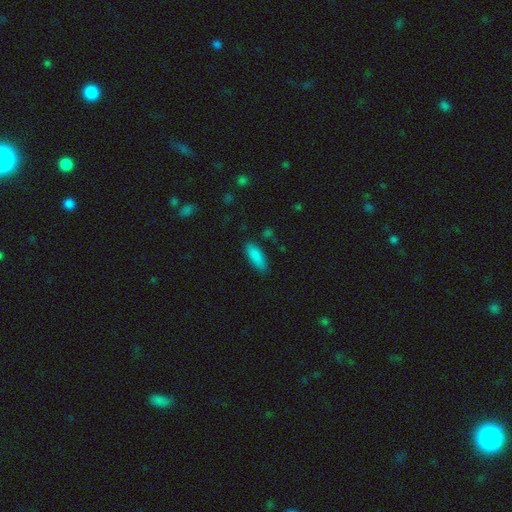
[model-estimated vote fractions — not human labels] Smooth or featured: smooth — 87% (star or artifact — 7%)
How rounded: in between — 66% (cigar-shaped — 32%)
Merging: none — 83% (minor disturbance — 13%)